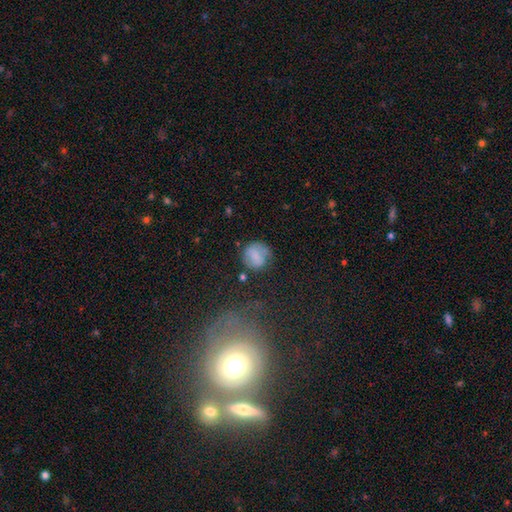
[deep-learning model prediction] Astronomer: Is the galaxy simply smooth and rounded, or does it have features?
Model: smooth — 69%.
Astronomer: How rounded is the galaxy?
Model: round — 81%.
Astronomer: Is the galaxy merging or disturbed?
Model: none — 63%.